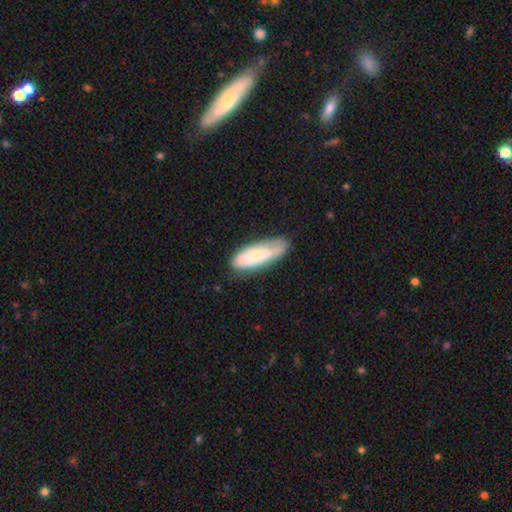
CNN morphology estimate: smooth 58%, featured or disk 36%, star or artifact 6%. Down the decision tree: how rounded — in between (63%); merging — none (66%).